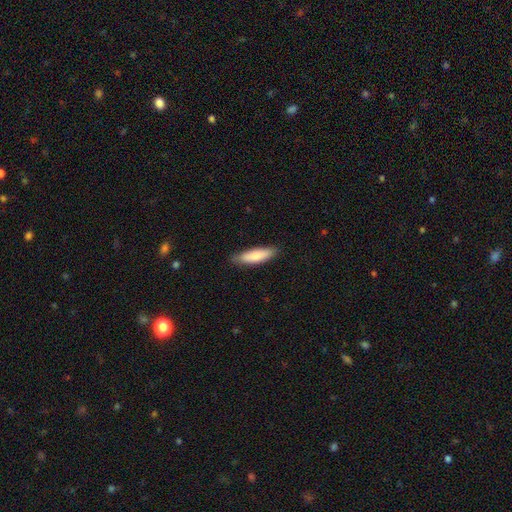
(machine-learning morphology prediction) The model was most divided on "how rounded": cigar-shaped: 60%, in between: 39%, round: 1%. More confident: merging — none (84%); smooth or featured — smooth (81%).